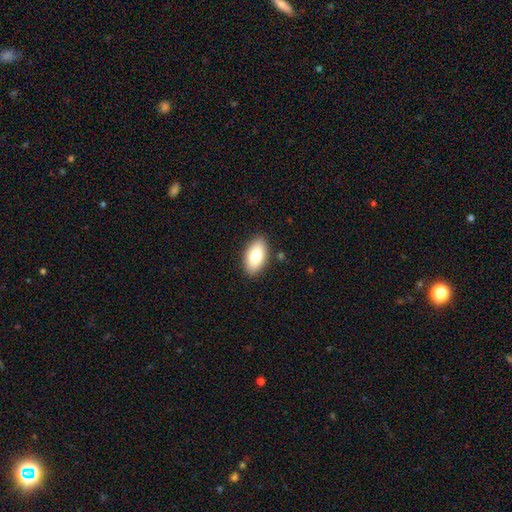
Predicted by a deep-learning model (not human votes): Smooth or featured? smooth (79%)
How rounded? in between (93%)
Merging? none (87%)